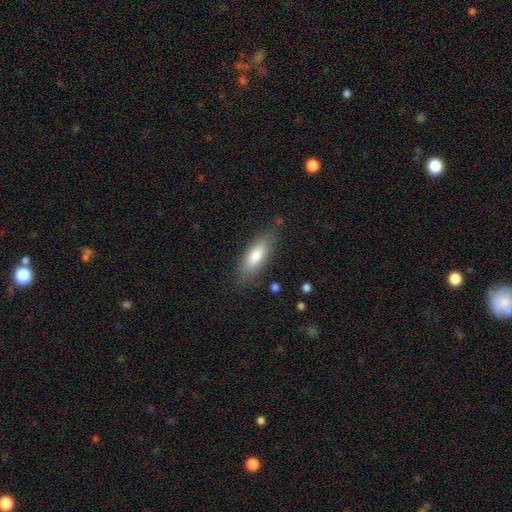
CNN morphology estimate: Smooth or featured? smooth (77%)
How rounded? in between (67%)
Merging? none (82%)